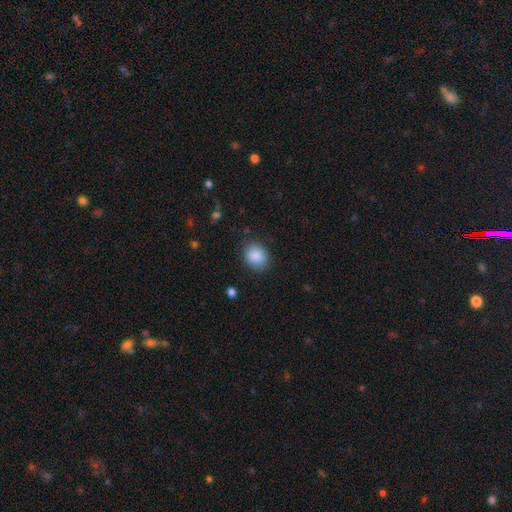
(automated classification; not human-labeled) A smooth galaxy with no disk features (88%) that is round (56%).

Vote fractions:
- Smooth or featured? smooth: 88% / star or artifact: 8% / featured or disk: 4%
- How rounded? round: 56% / in between: 43% / cigar-shaped: 1%
- Merging? none: 84% / minor disturbance: 11% / major disturbance: 3% / merger: 1%